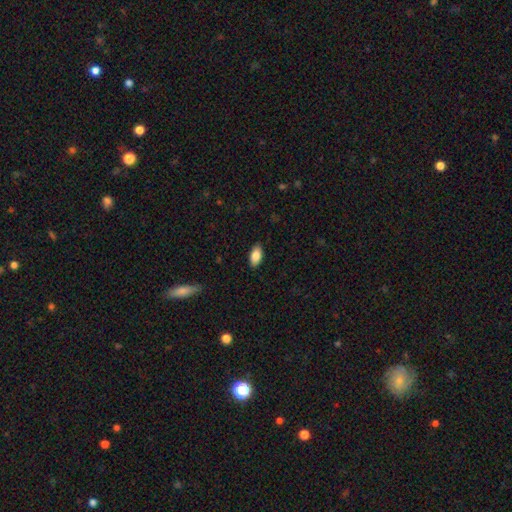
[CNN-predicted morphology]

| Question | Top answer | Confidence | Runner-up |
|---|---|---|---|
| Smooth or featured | smooth | 85% | featured or disk (8%) |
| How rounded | in between | 92% | cigar-shaped (5%) |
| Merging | none | 88% | minor disturbance (9%) |